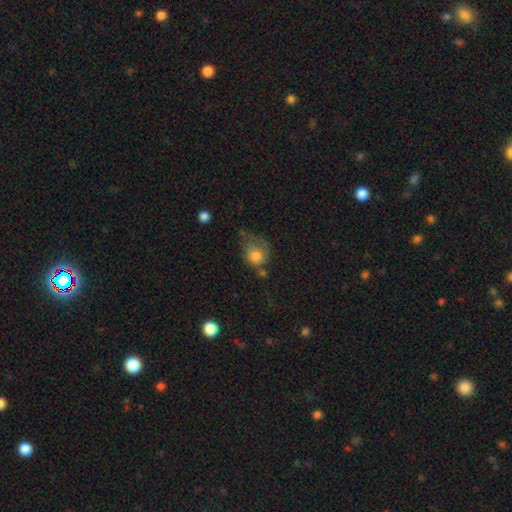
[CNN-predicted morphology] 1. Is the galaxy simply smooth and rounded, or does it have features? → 75% smooth, 16% featured or disk, 10% star or artifact.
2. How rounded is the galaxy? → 71% round, 28% in between, 1% cigar-shaped.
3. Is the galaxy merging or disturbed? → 32% none, 29% minor disturbance, 27% major disturbance, 12% merger.